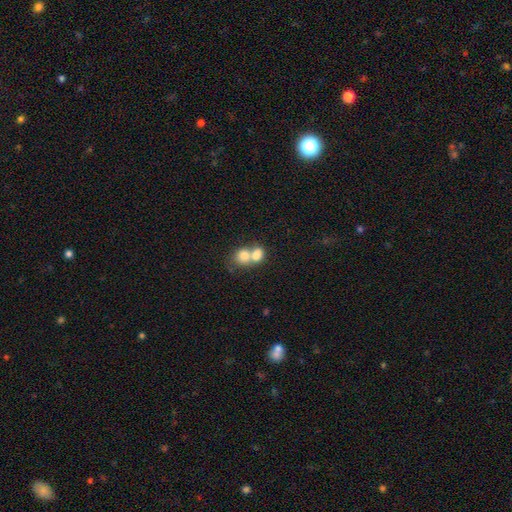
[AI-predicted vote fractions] This appears to be a smooth galaxy with no disk features (76%) that is round (54%). Merging: merger (72%).